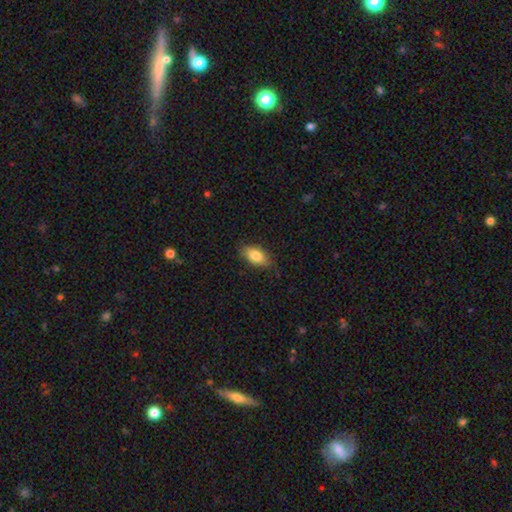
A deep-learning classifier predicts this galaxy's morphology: Smooth or featured?
  - smooth: 82% *
  - featured or disk: 11%
  - star or artifact: 7%
How rounded?
  - in between: 90% *
  - round: 6%
  - cigar-shaped: 4%
Merging?
  - none: 81% *
  - minor disturbance: 15%
  - major disturbance: 3%
  - merger: 1%